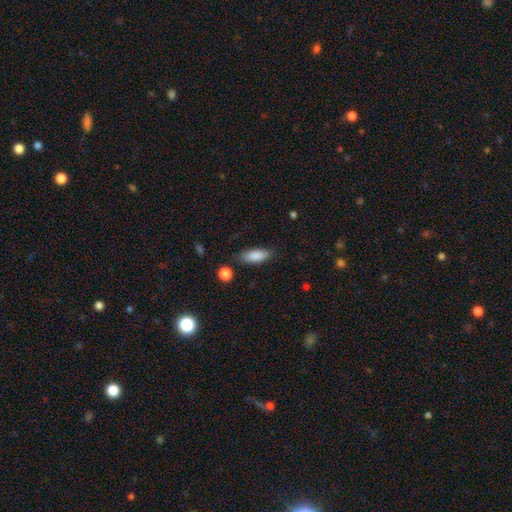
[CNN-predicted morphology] Q: Smooth or featured?
A: smooth (86%); runner-up: featured or disk (7%)
Q: How rounded?
A: in between (75%); runner-up: cigar-shaped (23%)
Q: Merging?
A: none (80%); runner-up: minor disturbance (14%)